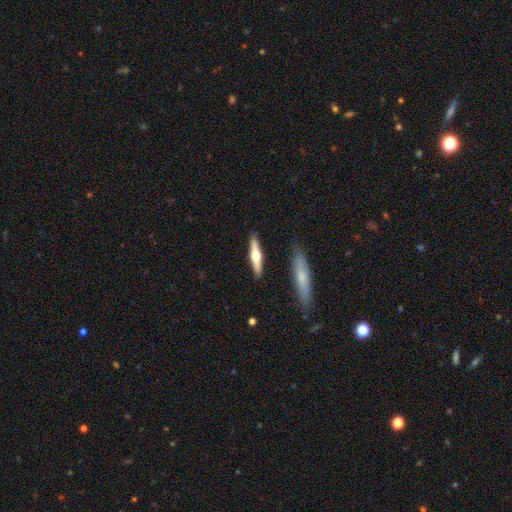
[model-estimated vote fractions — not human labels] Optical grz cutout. It shows a featured or disk galaxy (55%) viewed edge-on (94%) with a rounded central bulge (94%). Merging: none (87%).